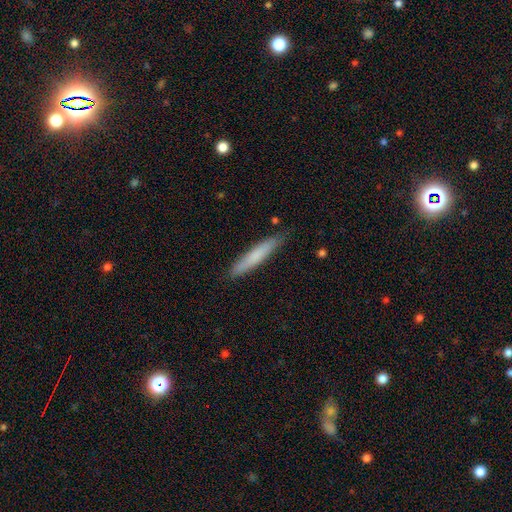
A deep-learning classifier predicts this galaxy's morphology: This is likely a smooth galaxy (74%). How rounded: clearly cigar-shaped (93%). Merging: clearly none (86%).